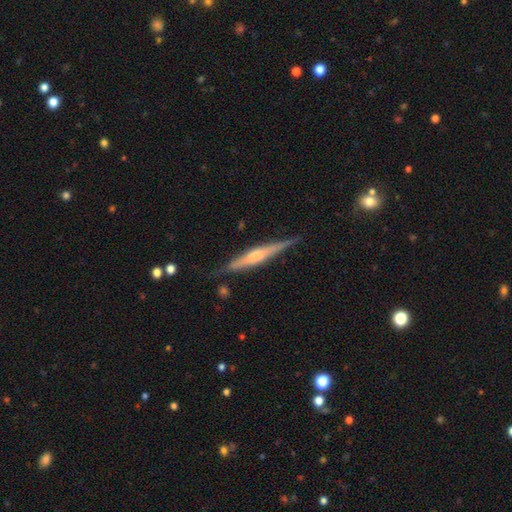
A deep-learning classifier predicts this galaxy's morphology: A featured or disk galaxy (67%) viewed edge-on (97%) with a rounded central bulge (60%). Merging: none (83%).